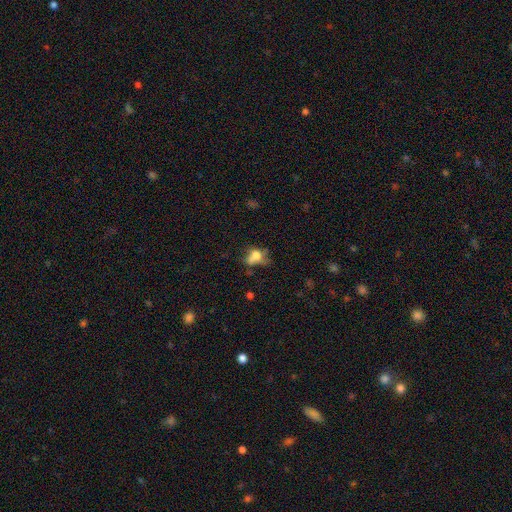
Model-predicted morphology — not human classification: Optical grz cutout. It shows a smooth galaxy with no disk features (58%) that is in between round and cigar-shaped (66%). Merging: major disturbance (28%).